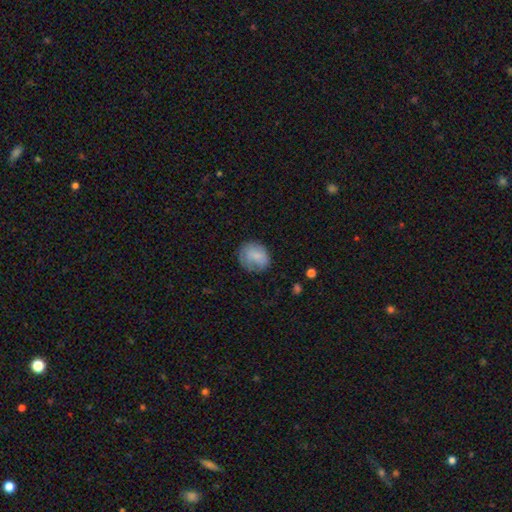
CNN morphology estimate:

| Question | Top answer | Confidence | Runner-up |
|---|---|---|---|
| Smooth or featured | smooth | 78% | featured or disk (14%) |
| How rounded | round | 67% | in between (32%) |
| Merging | none | 65% | minor disturbance (23%) |